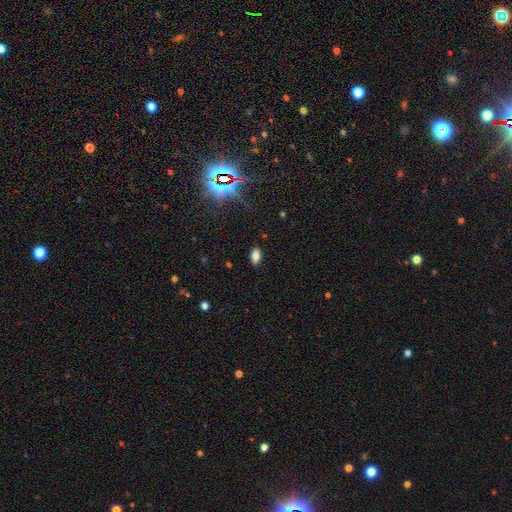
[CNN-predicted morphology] The model was most divided on "smooth or featured": smooth: 75%, star or artifact: 14%, featured or disk: 11%. More confident: how rounded — in between (90%); merging — none (87%).